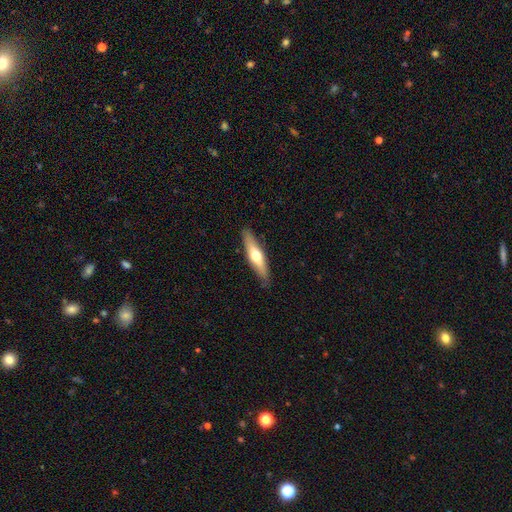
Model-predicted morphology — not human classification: Q: Smooth or featured?
A: smooth (48%); runner-up: featured or disk (47%)
Q: Merging?
A: none (86%); runner-up: minor disturbance (11%)